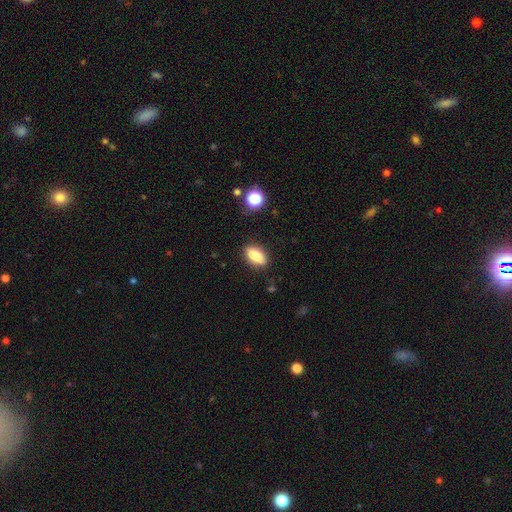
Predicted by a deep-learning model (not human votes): smooth-or-featured: smooth: 79% | featured or disk: 13% | star or artifact: 8%
  how-rounded: in between: 80% | cigar-shaped: 15% | round: 5%
  merging: none: 85% | minor disturbance: 11% | major disturbance: 3% | merger: 2%